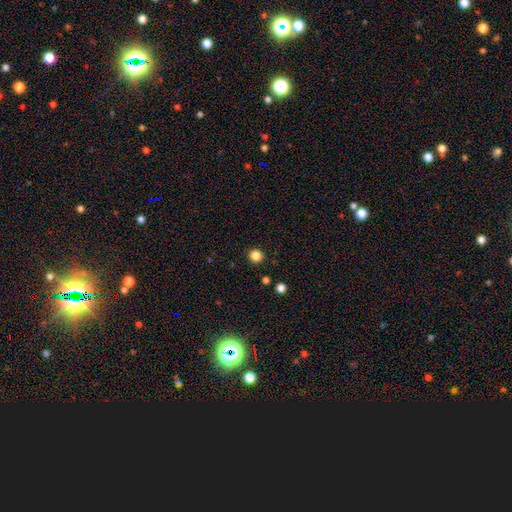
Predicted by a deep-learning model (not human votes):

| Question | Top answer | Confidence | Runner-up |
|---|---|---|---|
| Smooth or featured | smooth | 84% | star or artifact (13%) |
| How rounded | round | 92% | in between (7%) |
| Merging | none | 92% | minor disturbance (5%) |